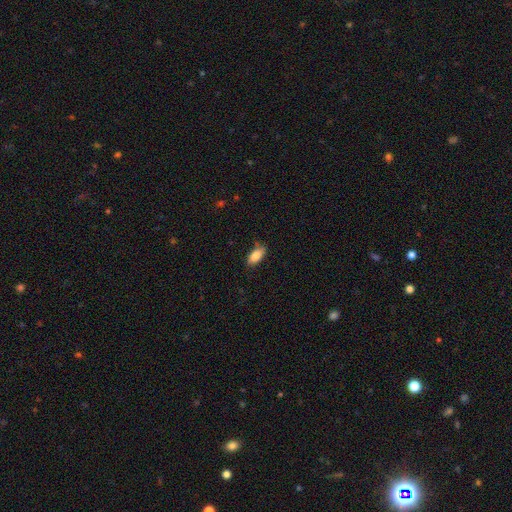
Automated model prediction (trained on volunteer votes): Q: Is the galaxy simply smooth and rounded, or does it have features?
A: smooth — 86%.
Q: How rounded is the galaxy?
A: in between — 87%.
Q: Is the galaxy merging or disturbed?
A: none — 77%.